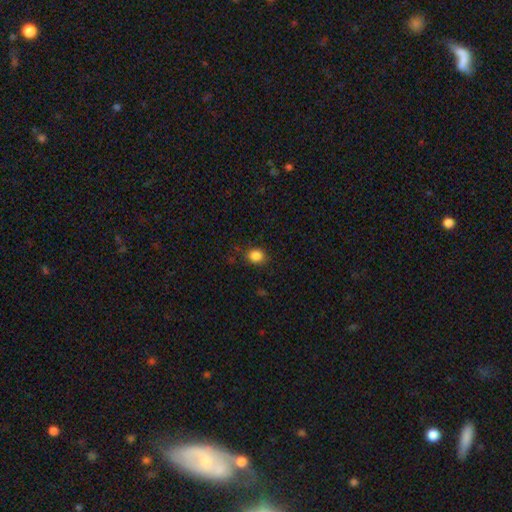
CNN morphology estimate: Smooth or featured?
  - smooth: 86% *
  - star or artifact: 11%
  - featured or disk: 3%
How rounded?
  - round: 72% *
  - in between: 27%
  - cigar-shaped: 1%
Merging?
  - none: 85% *
  - minor disturbance: 10%
  - major disturbance: 3%
  - merger: 1%